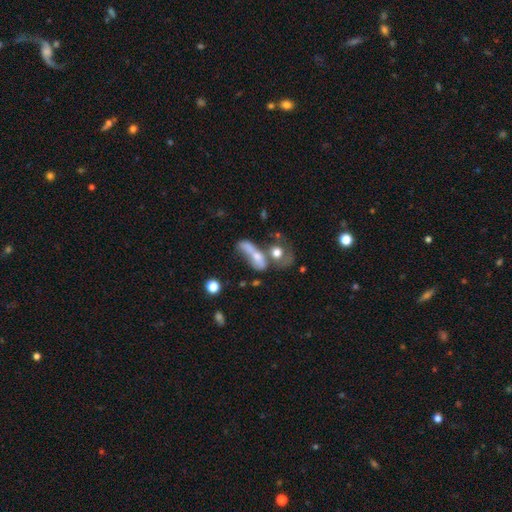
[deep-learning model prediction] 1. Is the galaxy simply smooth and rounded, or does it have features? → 57% smooth, 30% featured or disk, 12% star or artifact.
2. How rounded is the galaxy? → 55% in between, 29% cigar-shaped, 17% round.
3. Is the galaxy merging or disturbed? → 51% merger, 21% major disturbance, 17% none, 11% minor disturbance.